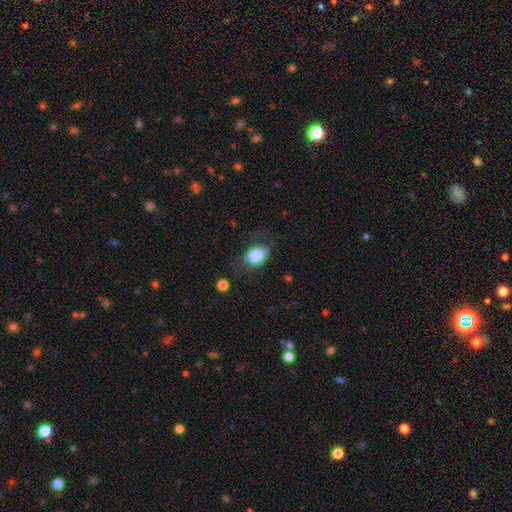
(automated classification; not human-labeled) Overall: smooth (82%). How rounded: in between (69%; round 29%). Merging: none (58%; minor disturbance 25%).